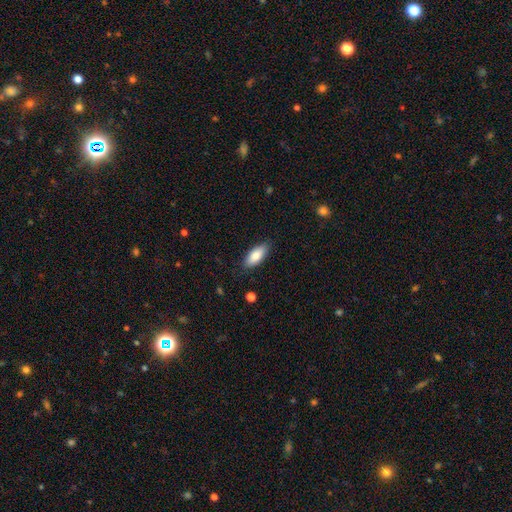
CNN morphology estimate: Q: Smooth or featured?
A: smooth (85%); runner-up: featured or disk (9%)
Q: How rounded?
A: in between (82%); runner-up: cigar-shaped (16%)
Q: Merging?
A: none (85%); runner-up: minor disturbance (12%)